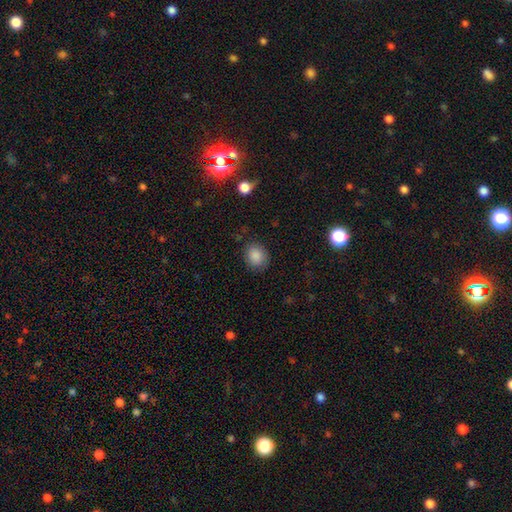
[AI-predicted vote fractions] Smooth or featured?
  - smooth: 87% *
  - star or artifact: 8%
  - featured or disk: 5%
How rounded?
  - round: 65% *
  - in between: 34%
  - cigar-shaped: 1%
Merging?
  - none: 81% *
  - minor disturbance: 13%
  - major disturbance: 4%
  - merger: 1%